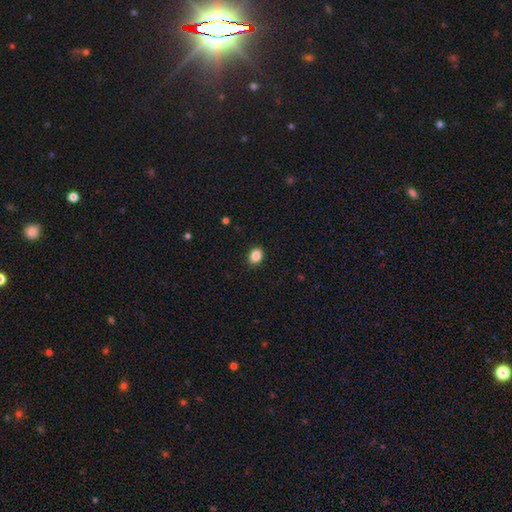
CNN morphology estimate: Smooth or featured: smooth — 87% (star or artifact — 10%)
How rounded: in between — 50% (round — 49%)
Merging: none — 91% (minor disturbance — 6%)